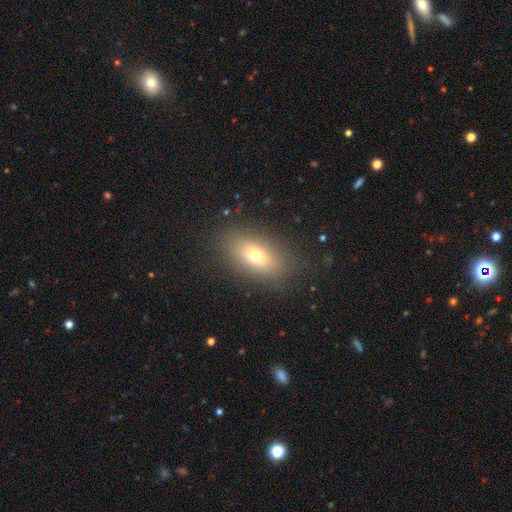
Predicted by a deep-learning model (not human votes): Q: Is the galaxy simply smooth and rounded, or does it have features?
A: smooth — 70%.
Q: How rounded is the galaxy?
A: in between — 84%.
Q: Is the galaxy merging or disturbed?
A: none — 84%.